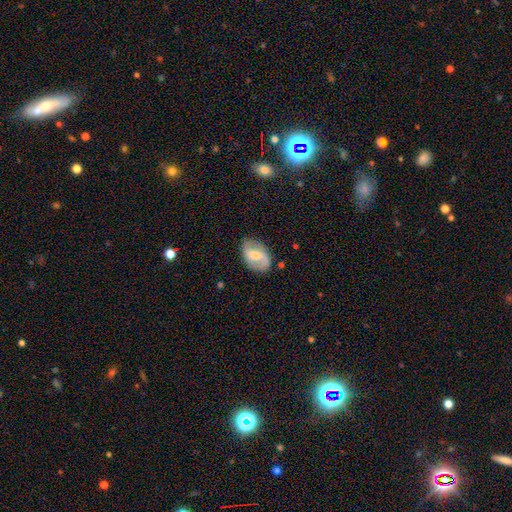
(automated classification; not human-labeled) smooth_or_featured: featured or disk (p=0.61) [alt: smooth p=0.33]
disk_edge_on: no (p=0.96) [alt: yes p=0.04]
bar: weak (p=0.49) [alt: no p=0.26]
has_spiral_arms: yes (p=0.81) [alt: no p=0.19]
bulge_size: moderate (p=0.50) [alt: small p=0.40]
merging: none (p=0.76) [alt: minor disturbance p=0.18]